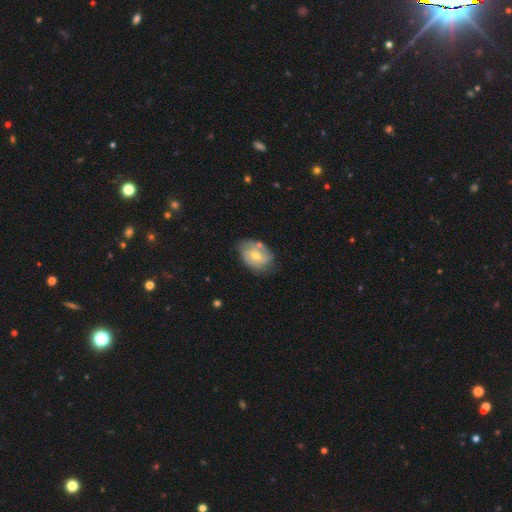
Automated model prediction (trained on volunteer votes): This is possibly a featured or disk galaxy (49%). Merging: likely none (64%).